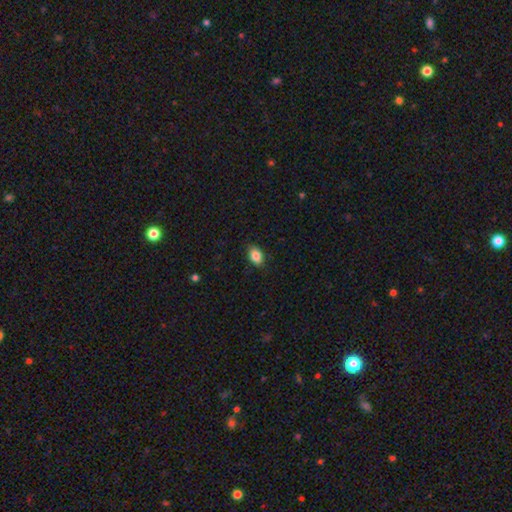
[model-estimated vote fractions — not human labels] This is clearly a smooth galaxy (86%). How rounded: clearly in between (85%). Merging: clearly none (86%).